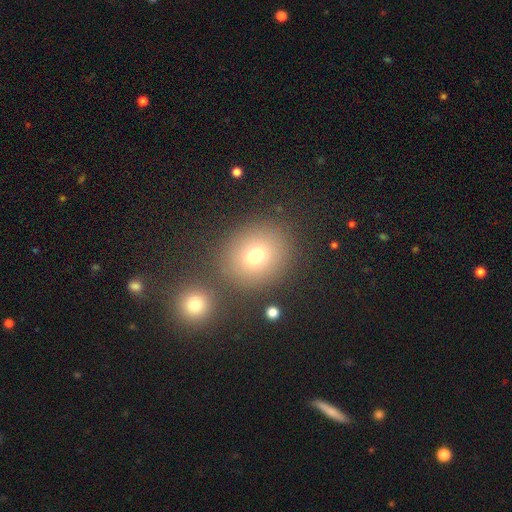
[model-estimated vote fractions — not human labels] Smooth or featured?
  - smooth: 73% *
  - star or artifact: 17%
  - featured or disk: 10%
How rounded?
  - round: 79% *
  - in between: 20%
  - cigar-shaped: 1%
Merging?
  - none: 78% *
  - merger: 10%
  - minor disturbance: 8%
  - major disturbance: 4%